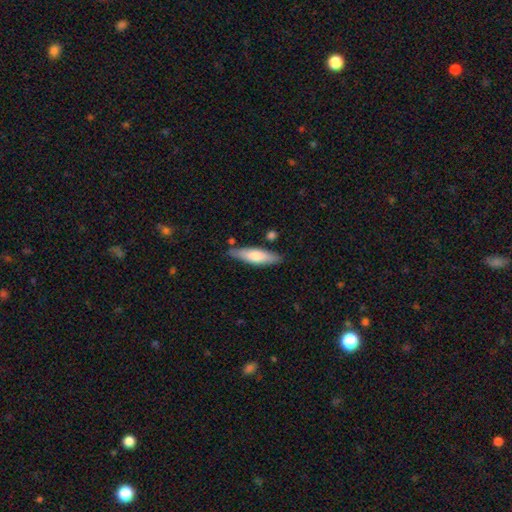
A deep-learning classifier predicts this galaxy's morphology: Overall: smooth (66%; featured or disk 29%). How rounded: cigar-shaped (65%; in between 34%). Merging: none (80%).